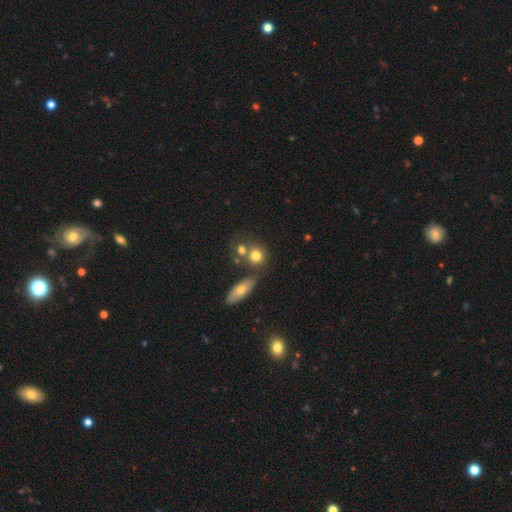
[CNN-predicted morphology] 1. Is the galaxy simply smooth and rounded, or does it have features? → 76% smooth, 14% featured or disk, 11% star or artifact.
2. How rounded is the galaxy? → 74% round, 23% in between, 3% cigar-shaped.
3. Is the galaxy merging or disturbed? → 54% none, 31% merger, 11% minor disturbance, 5% major disturbance.